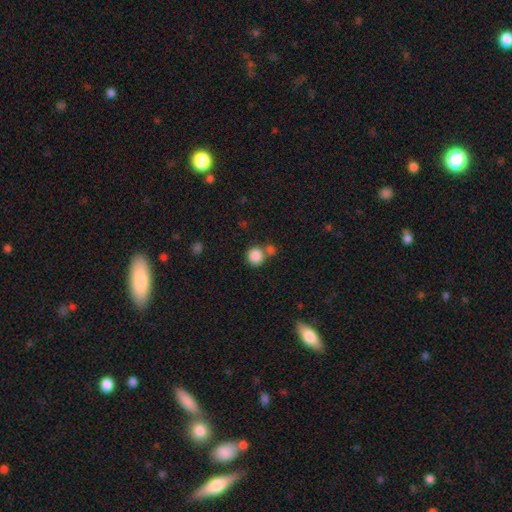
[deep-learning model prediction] smooth_or_featured: smooth (p=0.86) [alt: star or artifact p=0.09]
how_rounded: round (p=0.90) [alt: in between p=0.09]
merging: none (p=0.61) [alt: merger p=0.26]